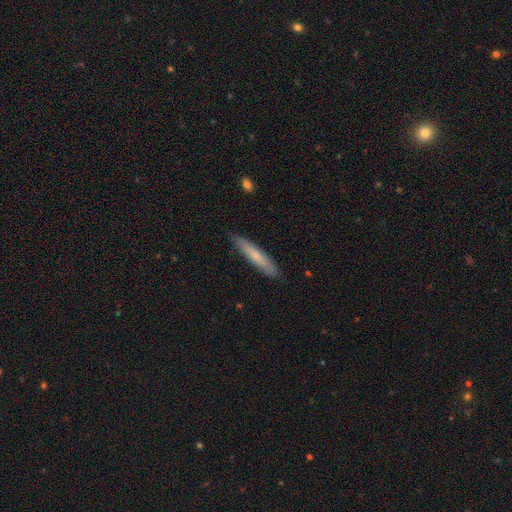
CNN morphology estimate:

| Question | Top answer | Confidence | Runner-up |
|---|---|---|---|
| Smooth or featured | smooth | 71% | featured or disk (23%) |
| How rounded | cigar-shaped | 91% | in between (8%) |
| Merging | none | 89% | minor disturbance (9%) |